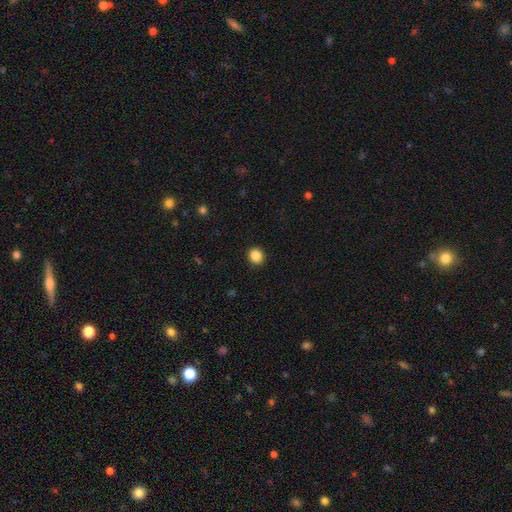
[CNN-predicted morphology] smooth-or-featured: smooth: 87% | star or artifact: 10% | featured or disk: 3%
  how-rounded: round: 80% | in between: 19% | cigar-shaped: 1%
  merging: none: 91% | minor disturbance: 6% | major disturbance: 2% | merger: 1%